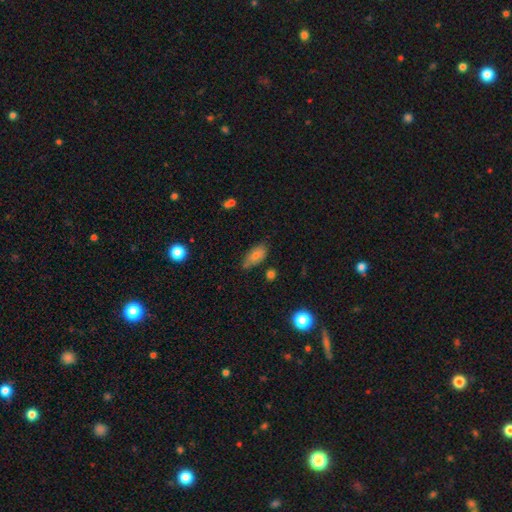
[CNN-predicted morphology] Smooth or featured? smooth (76%)
How rounded? in between (85%)
Merging? none (65%)